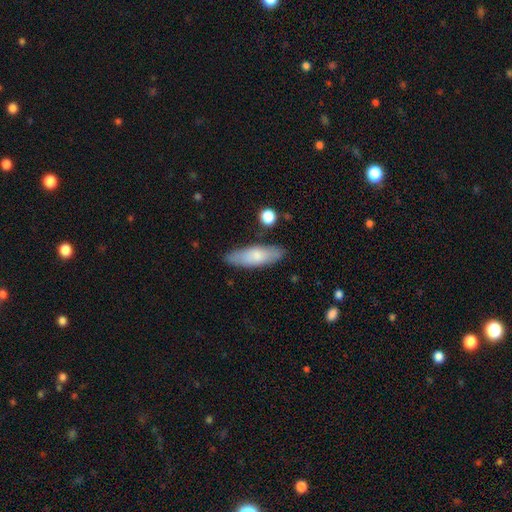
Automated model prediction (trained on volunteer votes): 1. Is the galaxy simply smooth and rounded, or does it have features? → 72% smooth, 22% featured or disk, 6% star or artifact.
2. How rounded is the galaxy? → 50% in between, 48% cigar-shaped, 2% round.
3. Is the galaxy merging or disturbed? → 82% none, 13% minor disturbance, 3% major disturbance, 3% merger.